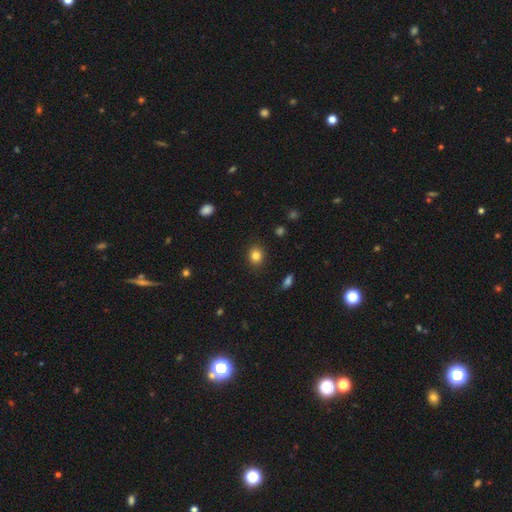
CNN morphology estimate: The model was most divided on "how rounded": round: 66%, in between: 33%, cigar-shaped: 1%. More confident: merging — none (89%); smooth or featured — smooth (84%).